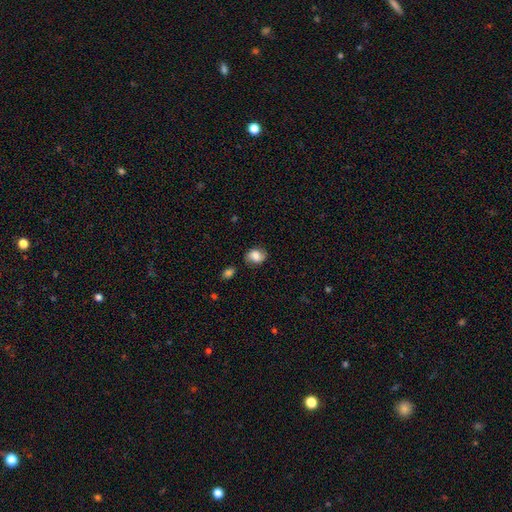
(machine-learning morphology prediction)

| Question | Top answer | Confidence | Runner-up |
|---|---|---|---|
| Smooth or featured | smooth | 69% | featured or disk (22%) |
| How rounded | in between | 57% | round (41%) |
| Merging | none | 72% | minor disturbance (19%) |